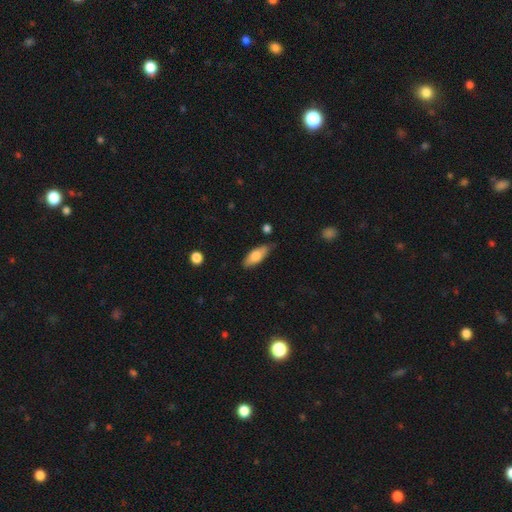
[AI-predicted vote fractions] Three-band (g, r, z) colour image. It shows a smooth galaxy with no disk features (74%) that is in between round and cigar-shaped (73%). Merging: none (76%).